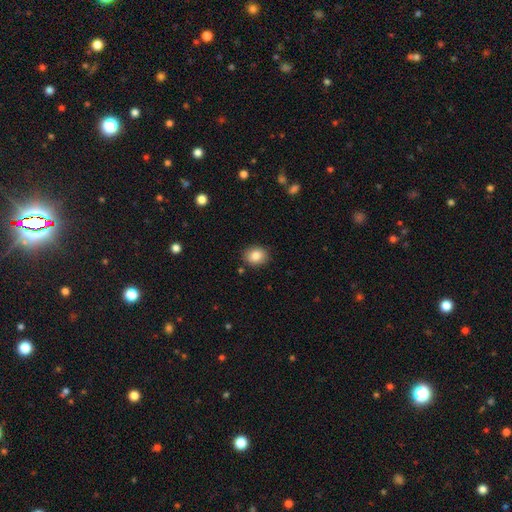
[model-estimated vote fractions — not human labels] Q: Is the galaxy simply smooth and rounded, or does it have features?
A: smooth — 85%.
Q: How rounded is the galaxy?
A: round — 57%.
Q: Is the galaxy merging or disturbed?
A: none — 88%.